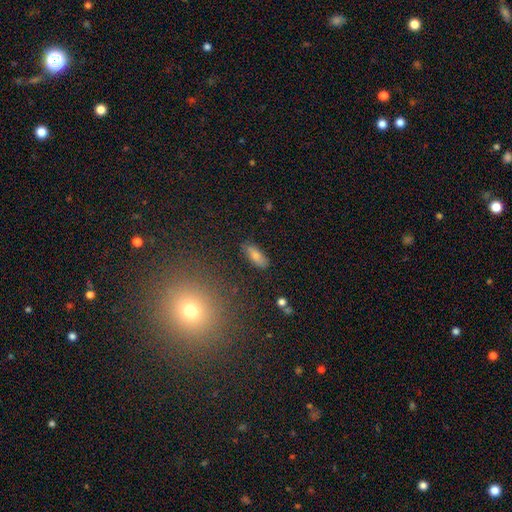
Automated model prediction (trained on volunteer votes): Smooth or featured?
  - smooth: 76% *
  - featured or disk: 15%
  - star or artifact: 9%
How rounded?
  - in between: 75% *
  - cigar-shaped: 22%
  - round: 3%
Merging?
  - none: 83% *
  - minor disturbance: 12%
  - major disturbance: 3%
  - merger: 2%